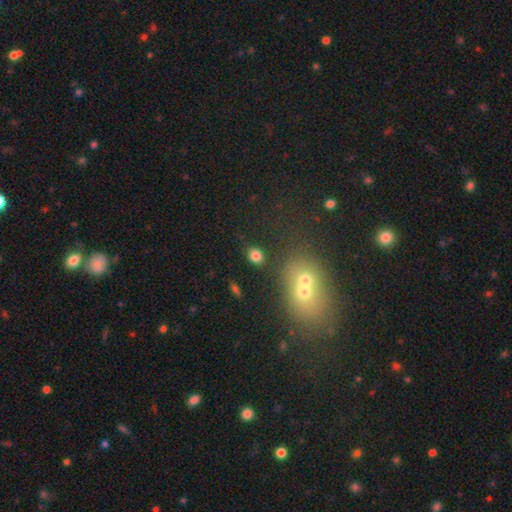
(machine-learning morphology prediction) Smooth or featured? Predicted: smooth (p=0.80). How rounded? Predicted: in between (p=0.60). Merging? Predicted: none (p=0.77).